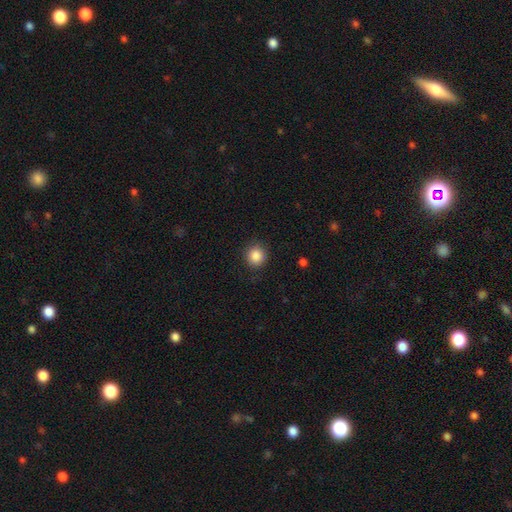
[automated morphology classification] The model was most divided on "smooth or featured": smooth: 87%, star or artifact: 10%, featured or disk: 4%. More confident: how rounded — round (89%); merging — none (87%).